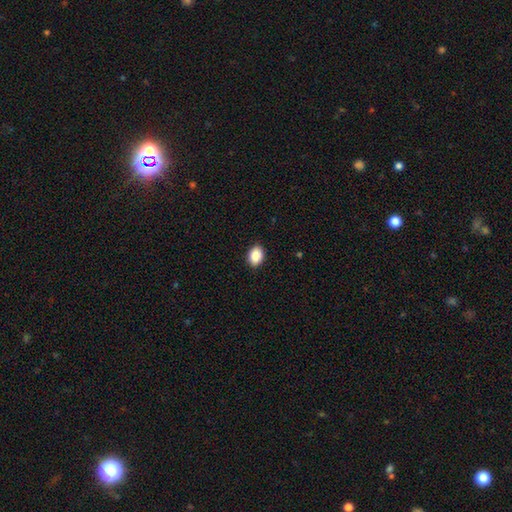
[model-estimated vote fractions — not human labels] This is clearly a smooth galaxy (89%). How rounded: likely in between (79%). Merging: clearly none (89%).